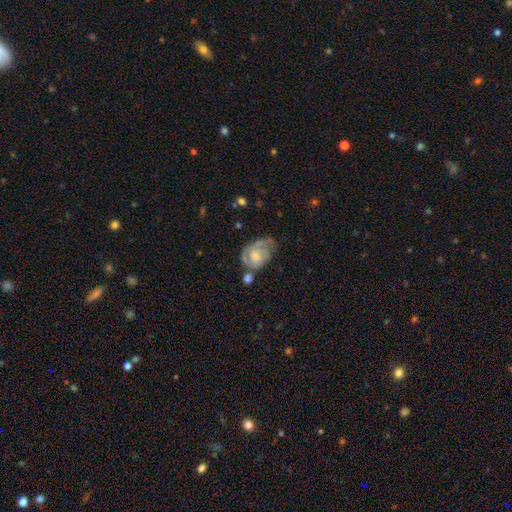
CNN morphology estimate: Smooth or featured? featured or disk (65%)
Edge-on disk? no (97%)
Bar? no (69%)
Spiral arms? yes (84%)
Spiral winding? tight (46%)
Spiral arm count? 2 (43%)
Bulge size? small (51%)
Merging? none (41%)